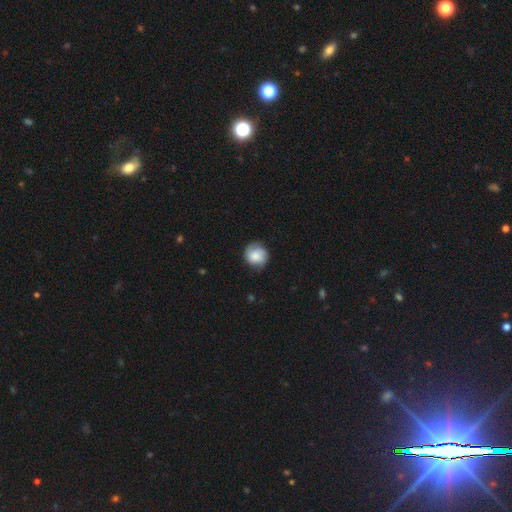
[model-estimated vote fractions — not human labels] This is likely a smooth galaxy (75%). How rounded: clearly round (87%). Merging: likely none (74%).